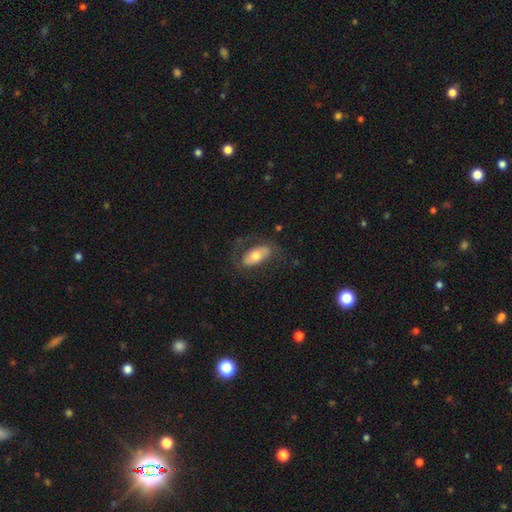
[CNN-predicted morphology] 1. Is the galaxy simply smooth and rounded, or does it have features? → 56% smooth, 38% featured or disk, 6% star or artifact.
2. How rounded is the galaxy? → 88% in between, 8% cigar-shaped, 4% round.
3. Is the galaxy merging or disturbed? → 65% none, 19% minor disturbance, 15% major disturbance, 2% merger.